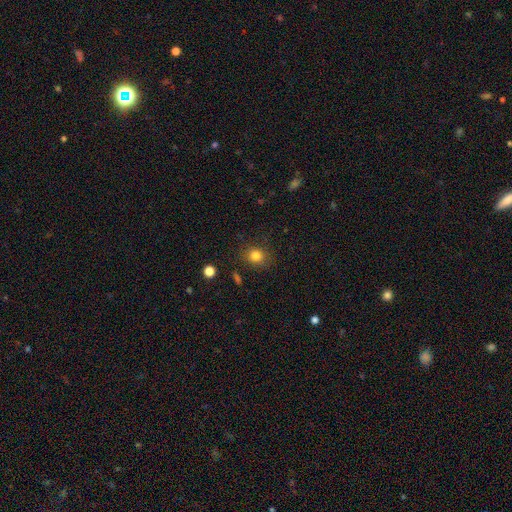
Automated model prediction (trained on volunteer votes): Smooth or featured? smooth (82%)
How rounded? round (74%)
Merging? none (84%)